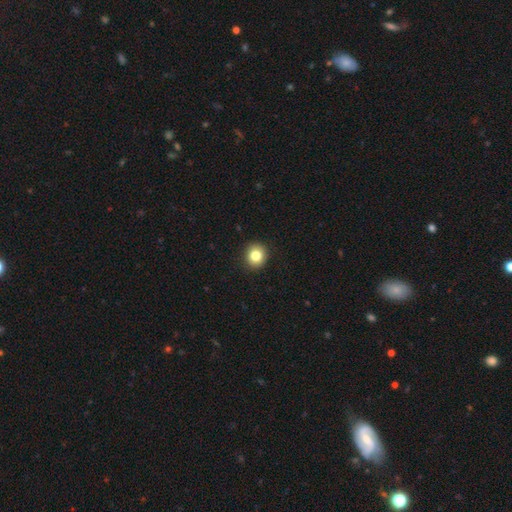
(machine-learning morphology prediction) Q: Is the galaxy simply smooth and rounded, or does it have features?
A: smooth — 82%.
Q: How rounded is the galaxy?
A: round — 87%.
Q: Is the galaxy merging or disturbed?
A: none — 92%.